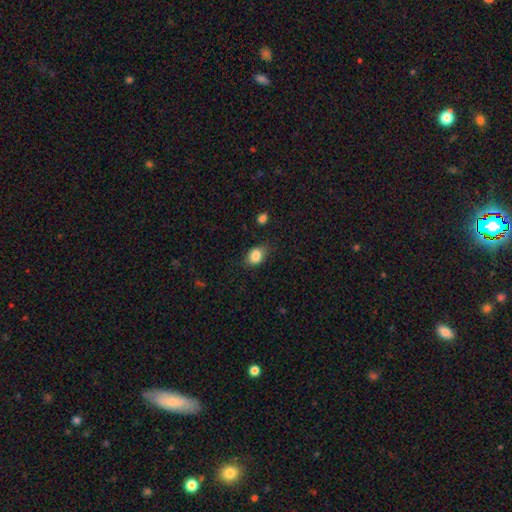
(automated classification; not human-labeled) A smooth galaxy with no disk features (84%) that is in between round and cigar-shaped (70%).

Vote fractions:
- Smooth or featured? smooth: 84% / star or artifact: 9% / featured or disk: 7%
- How rounded? in between: 70% / round: 29% / cigar-shaped: 2%
- Merging? none: 76% / minor disturbance: 19% / major disturbance: 4% / merger: 2%